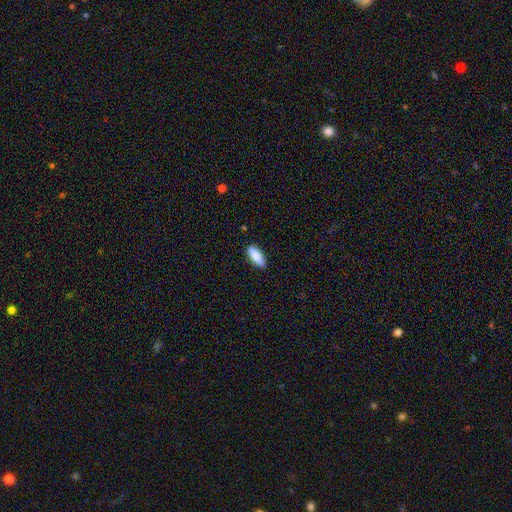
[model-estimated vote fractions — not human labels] Smooth or featured? smooth (82%)
How rounded? in between (66%)
Merging? none (88%)